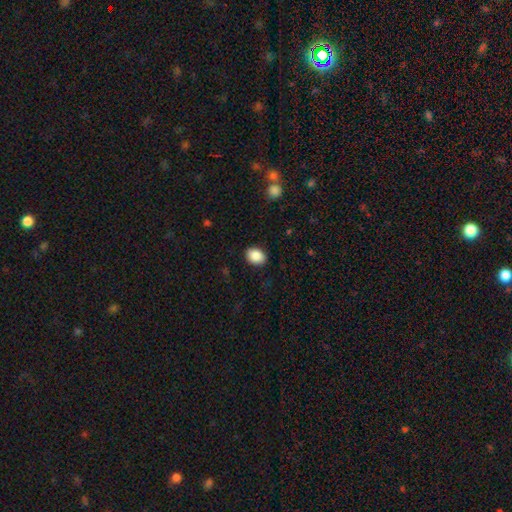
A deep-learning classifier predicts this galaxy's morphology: type=smooth (88%); roundness=in between (68%); merging=none (88%).